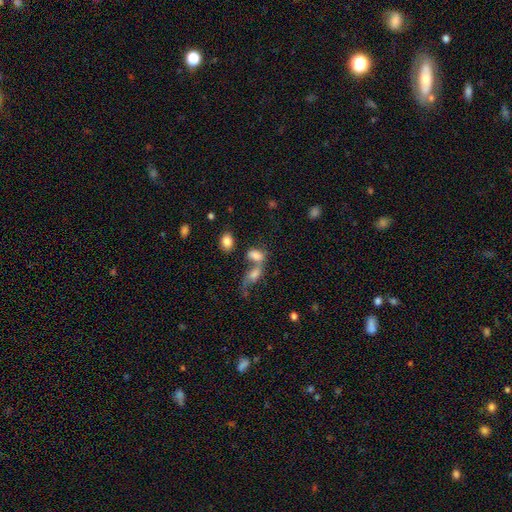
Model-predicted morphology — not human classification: Q: Smooth or featured?
A: smooth (72%); runner-up: featured or disk (16%)
Q: How rounded?
A: in between (84%); runner-up: round (11%)
Q: Merging?
A: merger (57%); runner-up: none (24%)